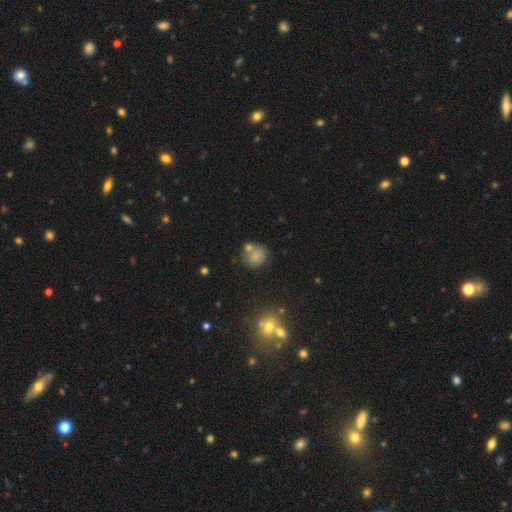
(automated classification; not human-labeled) Morphology: type=smooth (70%); roundness=round (85%); merging=none (57%).